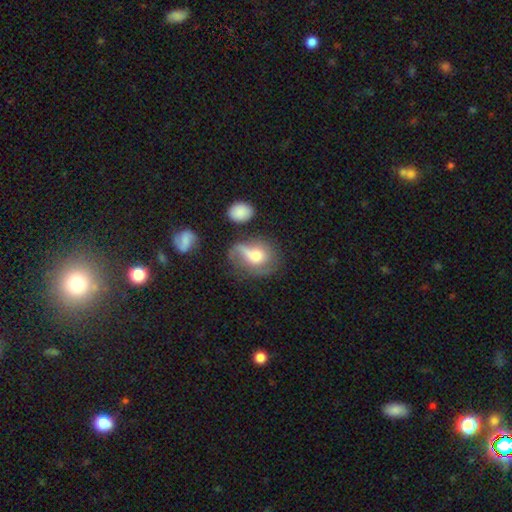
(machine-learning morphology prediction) smooth_or_featured: smooth (p=0.46) [alt: featured or disk p=0.43]
merging: none (p=0.36) [alt: major disturbance p=0.31]